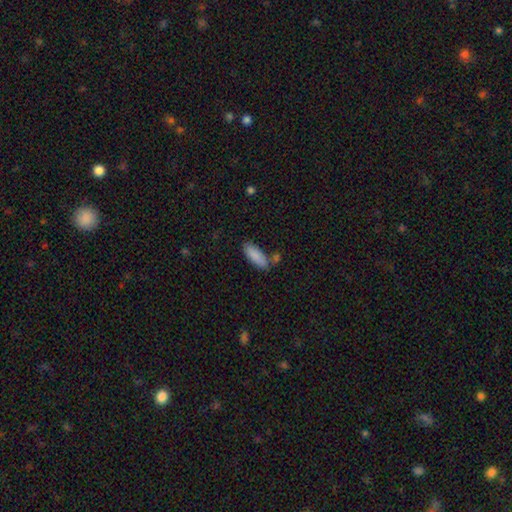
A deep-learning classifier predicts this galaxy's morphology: A smooth galaxy with no disk features (87%) that is in between round and cigar-shaped (67%).

Vote fractions:
- Smooth or featured? smooth: 87% / star or artifact: 6% / featured or disk: 6%
- How rounded? in between: 67% / cigar-shaped: 32% / round: 2%
- Merging? none: 69% / minor disturbance: 16% / merger: 11% / major disturbance: 4%